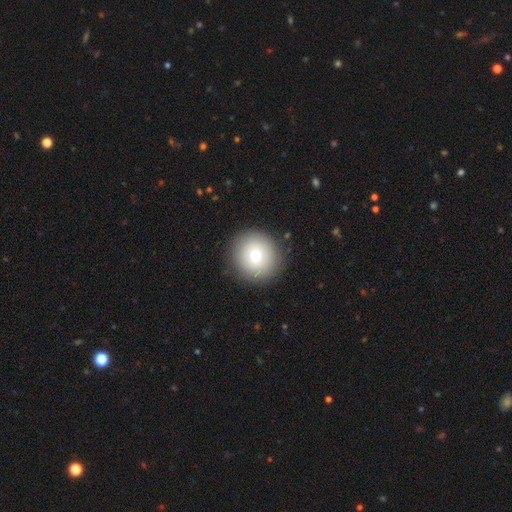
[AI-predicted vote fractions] smooth 74%, featured or disk 15%, star or artifact 11%. Down the decision tree: how rounded — round (94%); merging — none (90%).